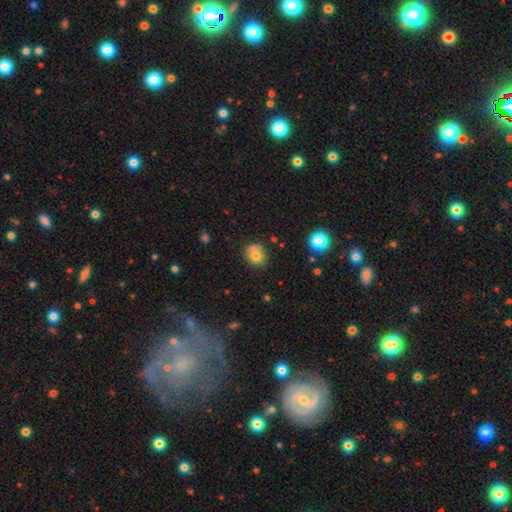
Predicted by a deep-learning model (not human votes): Smooth or featured?
  - smooth: 73% *
  - featured or disk: 14%
  - star or artifact: 12%
How rounded?
  - round: 68% *
  - in between: 31%
  - cigar-shaped: 1%
Merging?
  - none: 60% *
  - minor disturbance: 21%
  - merger: 13%
  - major disturbance: 6%